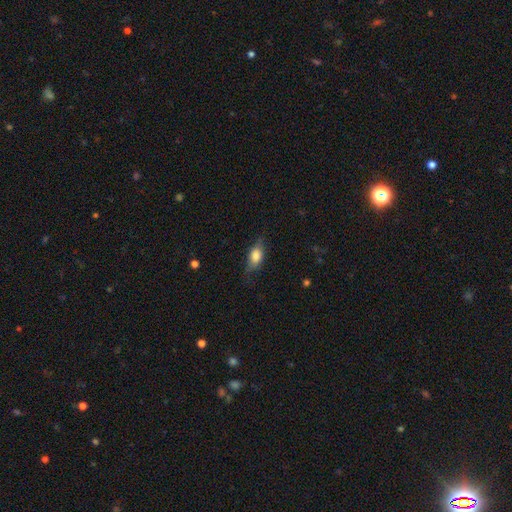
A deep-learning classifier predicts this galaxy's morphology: Smooth or featured? smooth (71%)
How rounded? in between (81%)
Merging? none (68%)